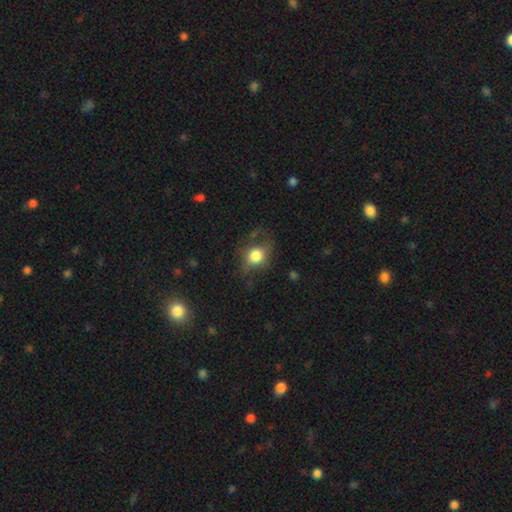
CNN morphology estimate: Smooth or featured?
  - smooth: 71% *
  - featured or disk: 19%
  - star or artifact: 10%
How rounded?
  - round: 60% *
  - in between: 39%
  - cigar-shaped: 2%
Merging?
  - none: 55% *
  - minor disturbance: 25%
  - major disturbance: 18%
  - merger: 2%